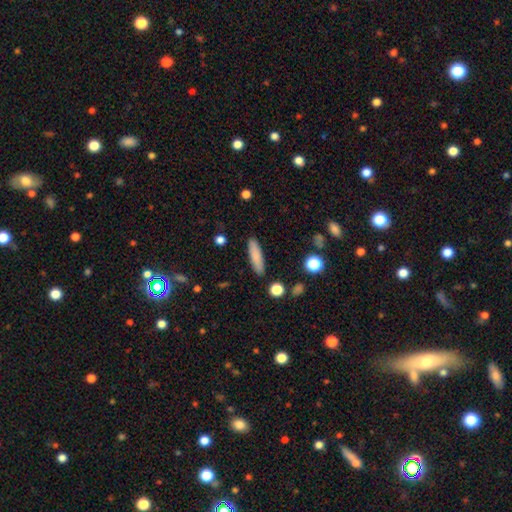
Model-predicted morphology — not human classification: Overall: smooth (84%). How rounded: cigar-shaped (77%). Merging: none (89%).